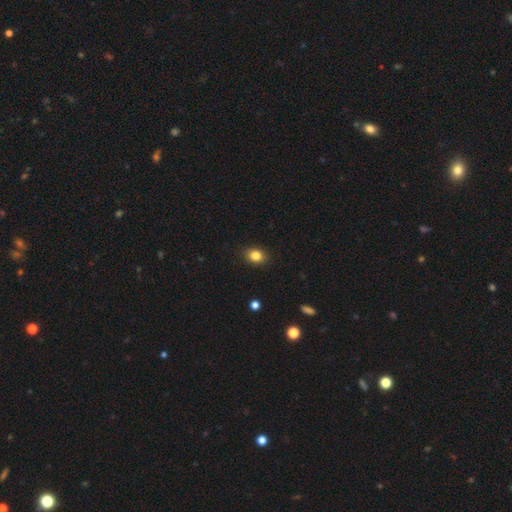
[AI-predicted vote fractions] smooth_or_featured: smooth (p=0.84) [alt: star or artifact p=0.11]
how_rounded: in between (p=0.50) [alt: round p=0.49]
merging: none (p=0.89) [alt: minor disturbance p=0.08]